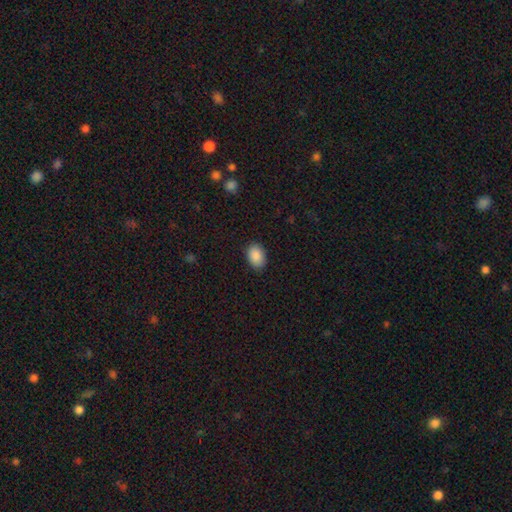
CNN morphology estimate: smooth-or-featured: smooth: 89% | star or artifact: 7% | featured or disk: 4%
  how-rounded: in between: 84% | round: 15% | cigar-shaped: 1%
  merging: none: 87% | minor disturbance: 10% | major disturbance: 2% | merger: 1%